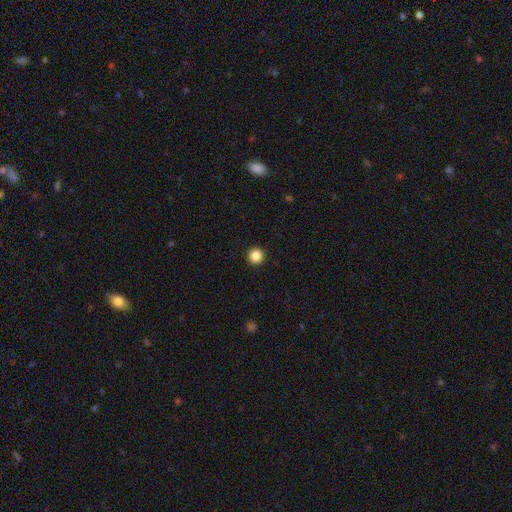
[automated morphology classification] The model was most divided on "smooth or featured": smooth: 87%, star or artifact: 10%, featured or disk: 3%. More confident: how rounded — round (96%); merging — none (94%).